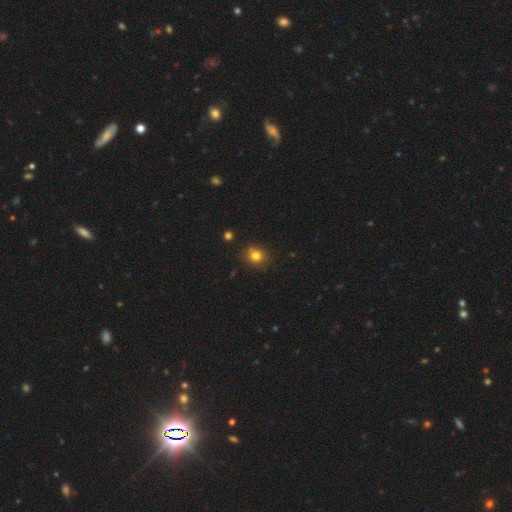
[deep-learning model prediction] Smooth or featured? smooth (79%)
How rounded? round (73%)
Merging? none (79%)